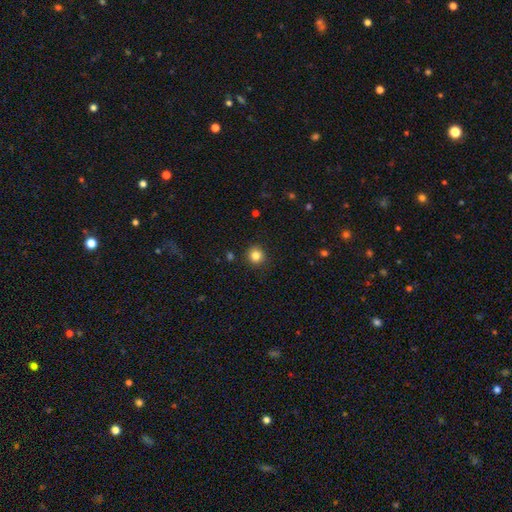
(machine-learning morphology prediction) Overall: smooth (83%). How rounded: round (93%). Merging: none (91%).